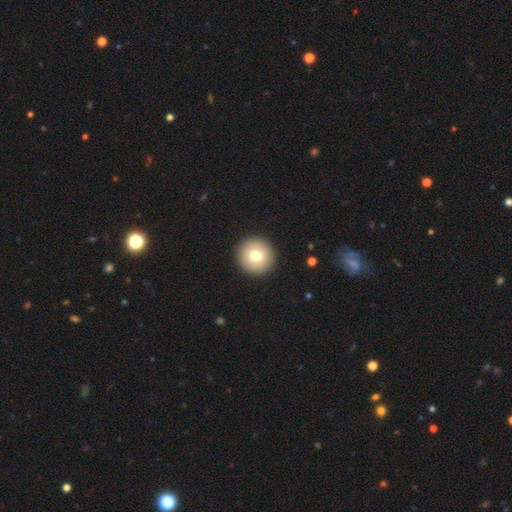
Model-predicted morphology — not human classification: Smooth or featured? smooth (75%)
How rounded? round (96%)
Merging? none (93%)